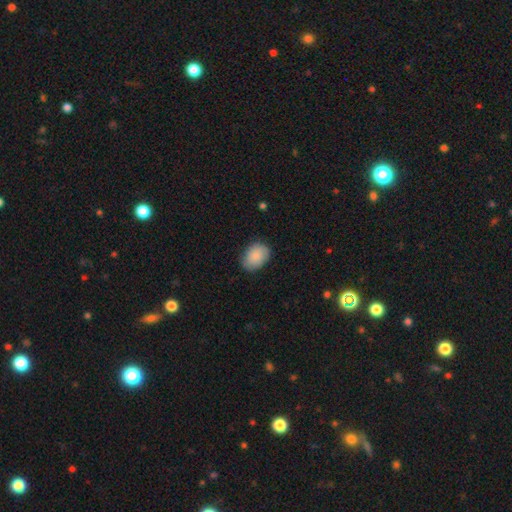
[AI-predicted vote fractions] smooth_or_featured: smooth (p=0.85) [alt: featured or disk p=0.09]
how_rounded: in between (p=0.75) [alt: round p=0.24]
merging: none (p=0.79) [alt: minor disturbance p=0.17]